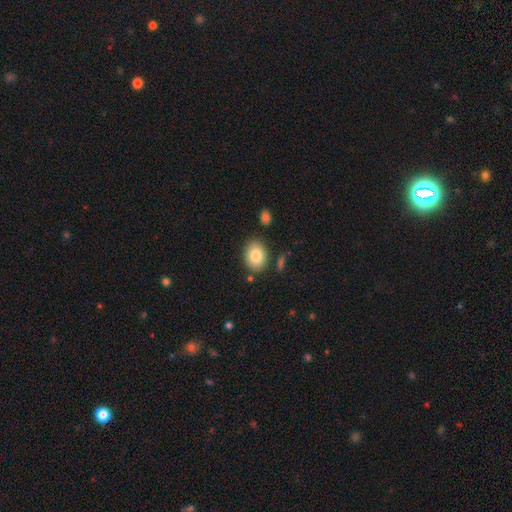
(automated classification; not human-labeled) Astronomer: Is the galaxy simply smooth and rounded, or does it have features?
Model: smooth — 85%.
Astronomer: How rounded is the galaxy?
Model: in between — 68%.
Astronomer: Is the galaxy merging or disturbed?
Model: none — 81%.